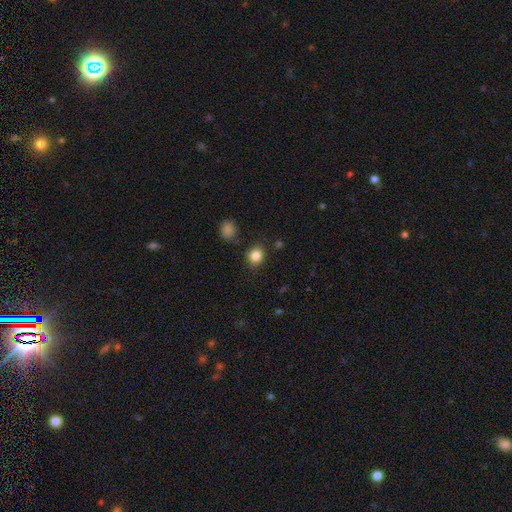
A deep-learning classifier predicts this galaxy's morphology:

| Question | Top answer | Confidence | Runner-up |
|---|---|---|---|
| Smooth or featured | smooth | 84% | star or artifact (11%) |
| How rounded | round | 70% | in between (30%) |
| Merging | none | 84% | minor disturbance (10%) |